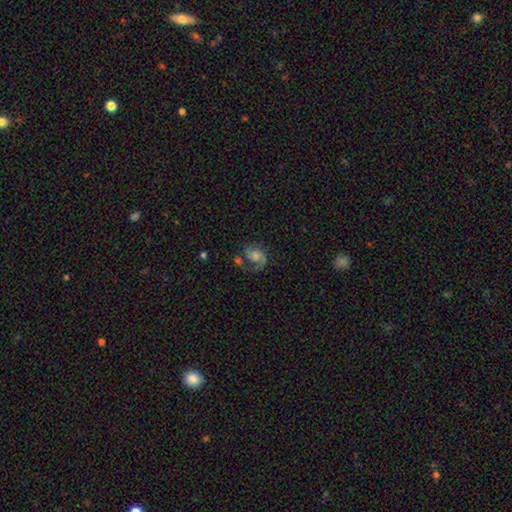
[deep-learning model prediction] The model was most divided on "bulge size": moderate: 40%, small: 26%, large: 18%, none: 14%, dominant: 3%. More confident: edge-on disk — no (98%); spiral arms — yes (94%); smooth or featured — featured or disk (75%); spiral arm count — 2 (66%); bar — no (64%); merging — none (55%); spiral winding — medium (50%).